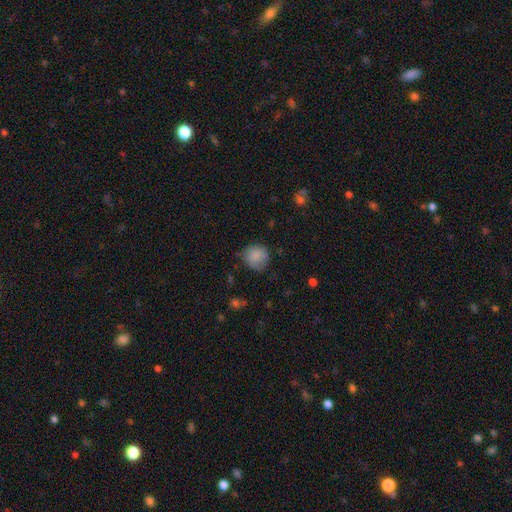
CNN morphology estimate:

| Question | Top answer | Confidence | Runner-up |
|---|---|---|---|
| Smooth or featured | smooth | 84% | star or artifact (9%) |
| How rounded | round | 83% | in between (16%) |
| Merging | none | 68% | minor disturbance (24%) |